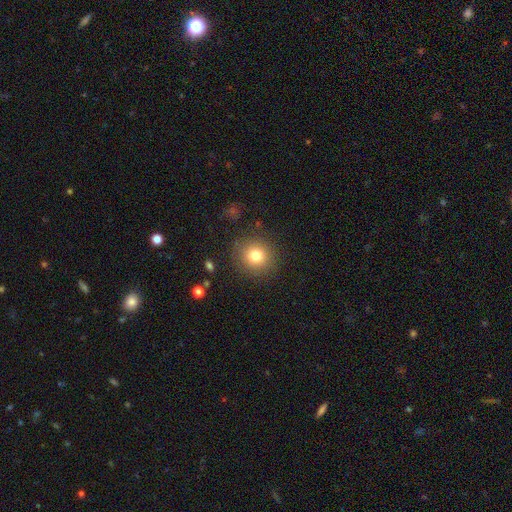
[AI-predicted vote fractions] Smooth or featured? smooth (79%)
How rounded? round (91%)
Merging? none (87%)